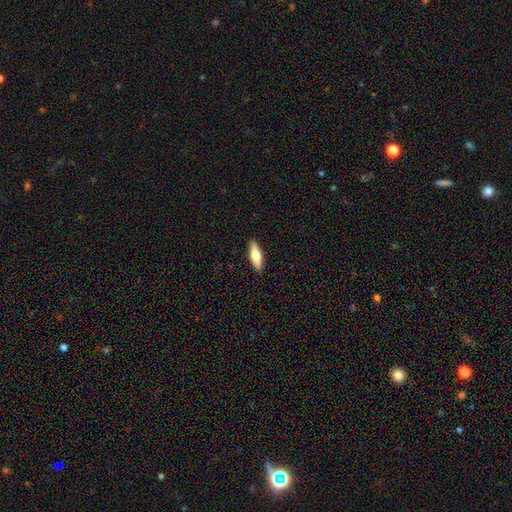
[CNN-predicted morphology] The model was most divided on "how rounded" (2-way tie): in between: 49%, cigar-shaped: 49%, round: 2%. More confident: merging — none (91%); smooth or featured — smooth (67%).